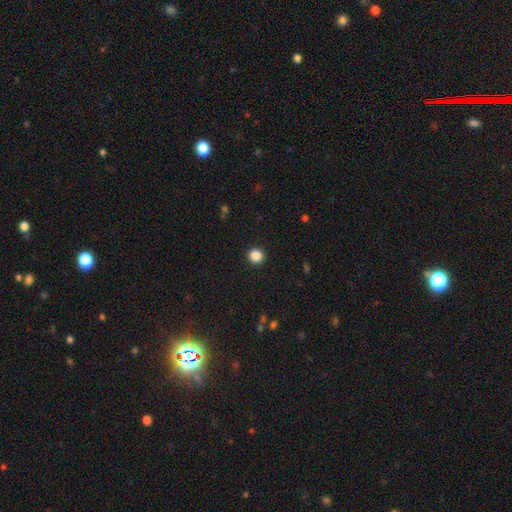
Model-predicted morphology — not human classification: smooth 86%, star or artifact 11%, featured or disk 3%. Down the decision tree: how rounded — round (95%); merging — none (93%).